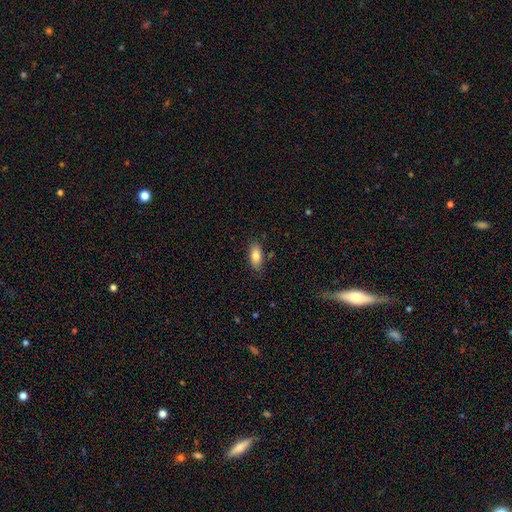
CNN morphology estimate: Overall: smooth (82%). How rounded: in between (88%). Merging: none (81%).